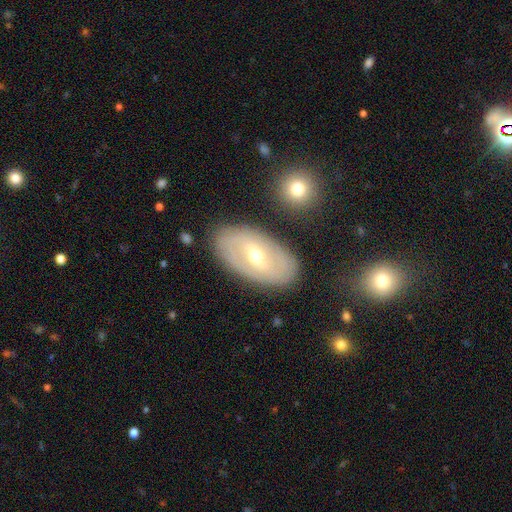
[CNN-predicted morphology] The model was most divided on "spiral arms": yes: 54%, no: 46%. Remaining: edge-on disk — no (91%); merging — none (82%); smooth or featured — featured or disk (66%); bulge size — moderate (54%); bar — weak (48%).